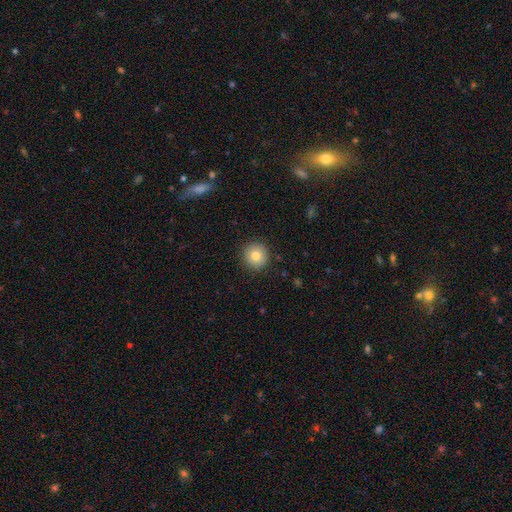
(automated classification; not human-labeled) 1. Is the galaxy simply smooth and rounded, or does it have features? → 80% smooth, 10% featured or disk, 10% star or artifact.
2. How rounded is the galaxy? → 95% round, 4% in between, 1% cigar-shaped.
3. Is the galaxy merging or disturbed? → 91% none, 6% minor disturbance, 2% major disturbance, 1% merger.